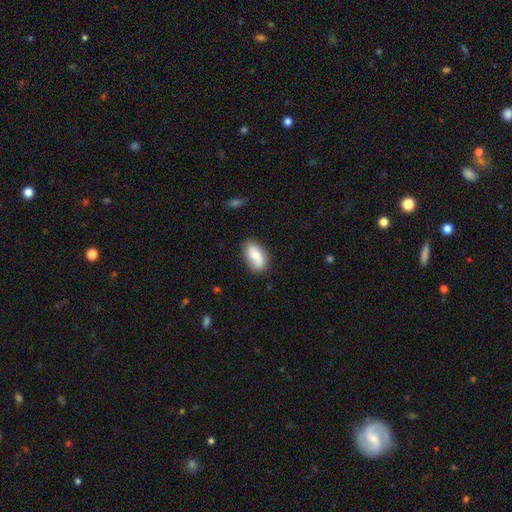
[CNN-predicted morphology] smooth-or-featured: smooth: 73% | featured or disk: 21% | star or artifact: 7%
  how-rounded: in between: 92% | round: 4% | cigar-shaped: 4%
  merging: none: 77% | minor disturbance: 17% | major disturbance: 4% | merger: 2%